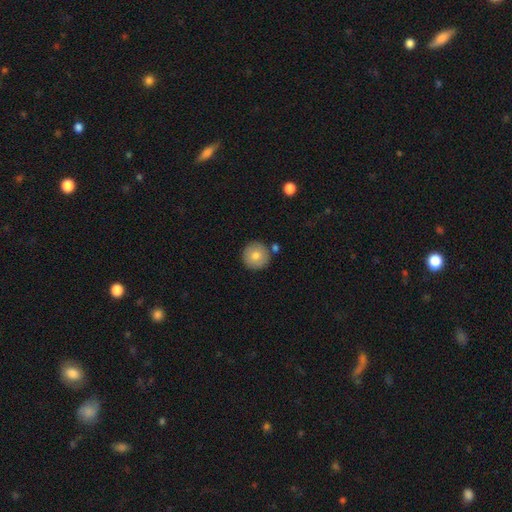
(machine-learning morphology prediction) smooth 80%, featured or disk 13%, star or artifact 8%. Down the decision tree: how rounded — round (96%); merging — none (84%).